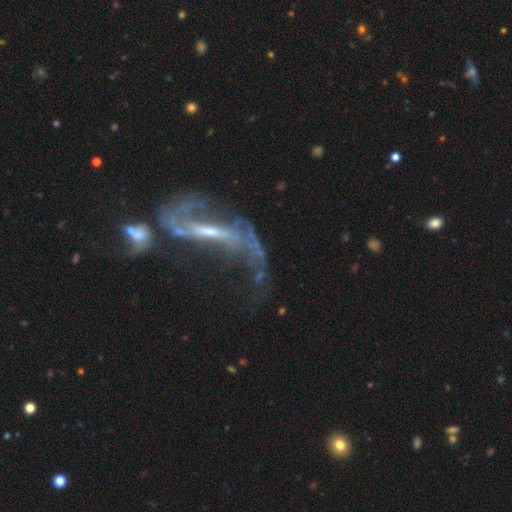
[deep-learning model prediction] The model was most divided on "merging": merger: 35%, major disturbance: 31%, none: 22%, minor disturbance: 12%. Remaining: edge-on disk — no (86%); spiral arms — yes (82%); smooth or featured — featured or disk (81%); spiral winding — loose (73%); spiral arm count — 2 (67%); bulge size — small (56%); bar — strong (48%).